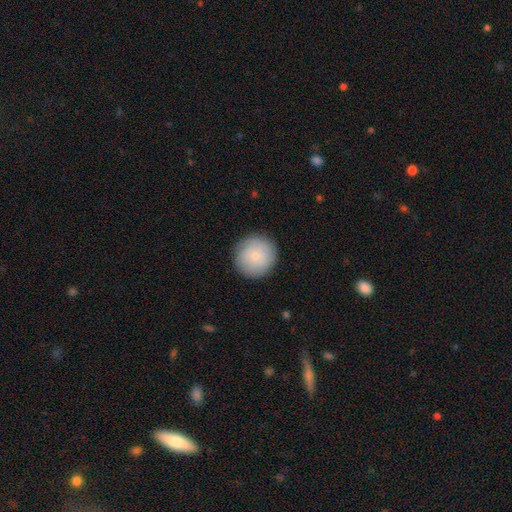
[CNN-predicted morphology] Overall: smooth (76%). How rounded: round (94%). Merging: none (87%).